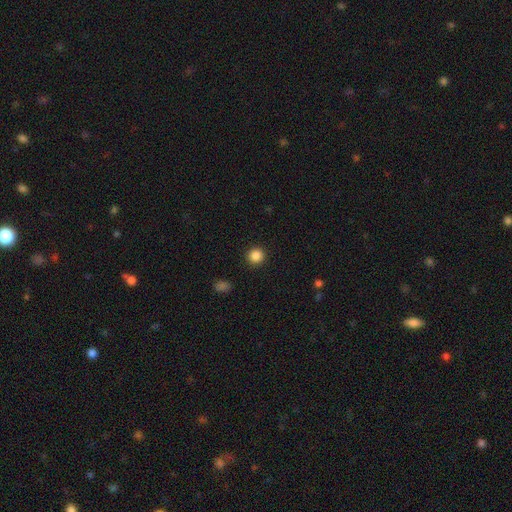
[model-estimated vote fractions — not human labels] smooth 86%, star or artifact 11%, featured or disk 3%. Down the decision tree: how rounded — round (95%); merging — none (93%).